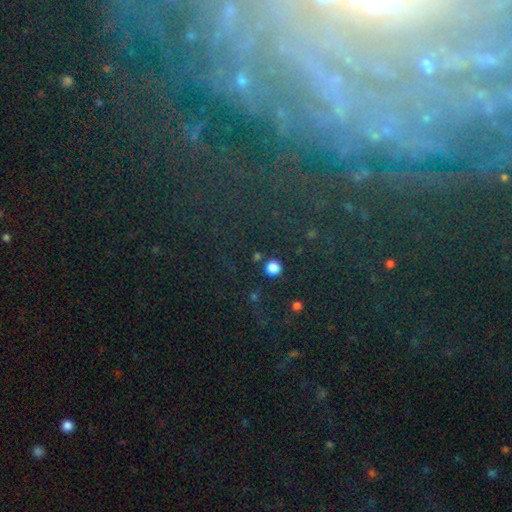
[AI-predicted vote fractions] Smooth or featured: featured or disk — 56% (star or artifact — 29%)
Edge-on disk: no — 86% (yes — 14%)
Merging: none — 70% (minor disturbance — 14%)